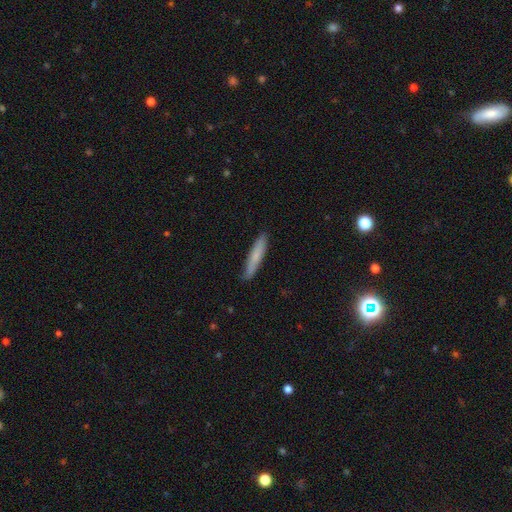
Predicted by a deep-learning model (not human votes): A smooth galaxy with no disk features (74%) that is cigar-shaped (92%). Merging: none (88%).